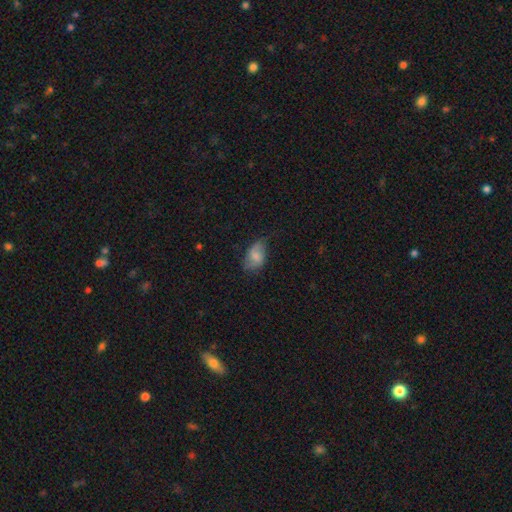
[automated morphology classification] type=smooth (64%); roundness=in between (89%); merging=none (50%).